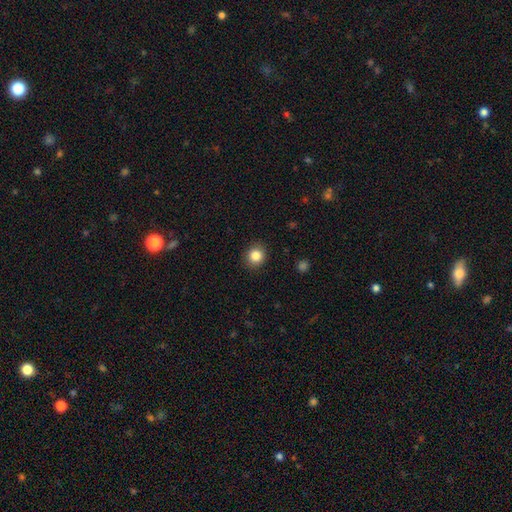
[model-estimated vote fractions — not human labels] smooth-or-featured: smooth: 85% | star or artifact: 10% | featured or disk: 5%
  how-rounded: round: 82% | in between: 17% | cigar-shaped: 1%
  merging: none: 90% | minor disturbance: 7% | major disturbance: 2% | merger: 1%